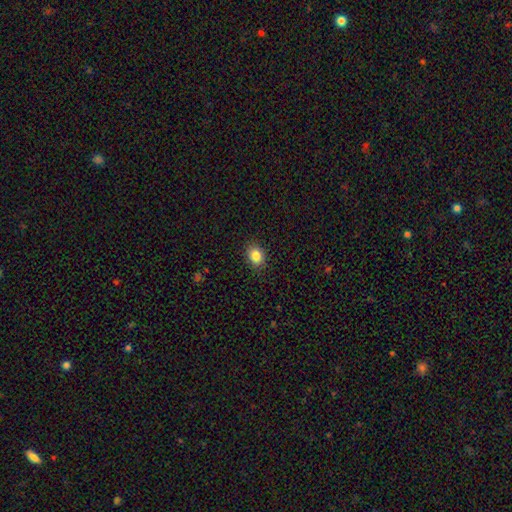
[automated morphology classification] Smooth or featured? smooth (86%)
How rounded? in between (58%)
Merging? none (88%)